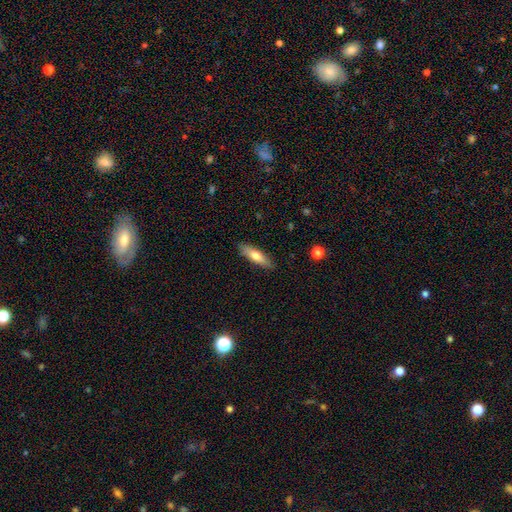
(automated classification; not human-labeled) The model was most divided on "how rounded": cigar-shaped: 65%, in between: 33%, round: 2%. More confident: merging — none (87%); smooth or featured — smooth (67%).